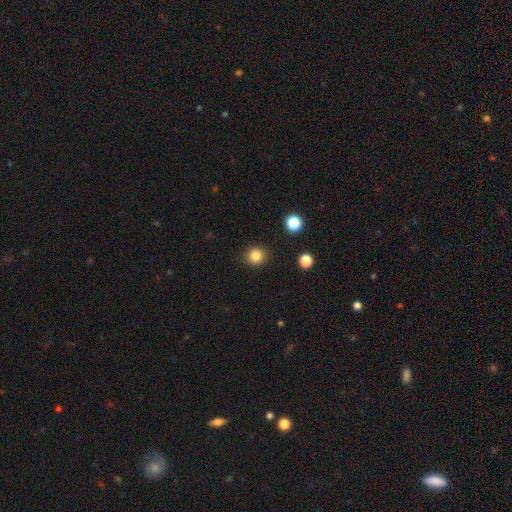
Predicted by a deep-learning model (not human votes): smooth_or_featured: smooth (p=0.84) [alt: star or artifact p=0.12]
how_rounded: round (p=0.92) [alt: in between p=0.07]
merging: none (p=0.91) [alt: minor disturbance p=0.06]